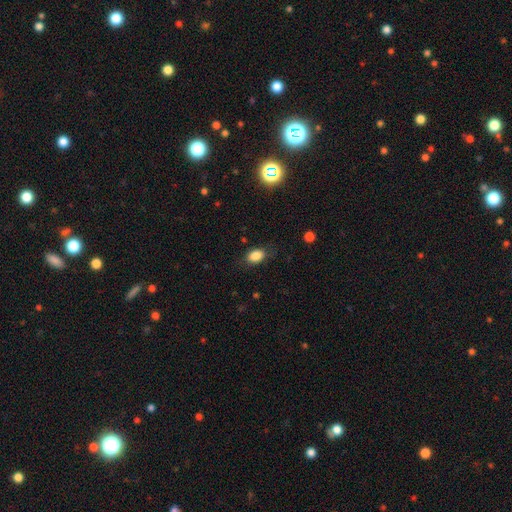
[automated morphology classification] smooth_or_featured: smooth (p=0.85) [alt: star or artifact p=0.09]
how_rounded: in between (p=0.84) [alt: round p=0.14]
merging: none (p=0.79) [alt: minor disturbance p=0.15]